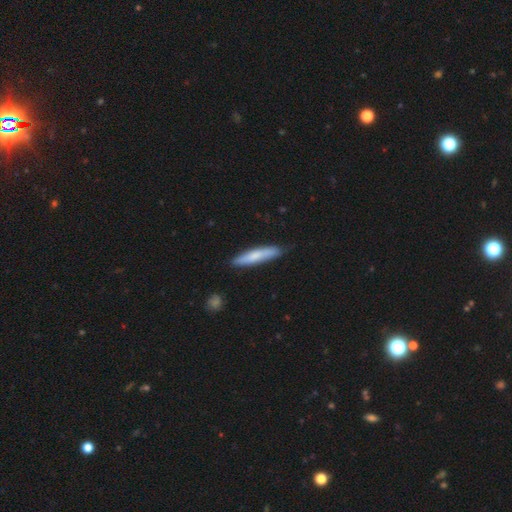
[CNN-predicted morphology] Smooth or featured?
  - smooth: 71% *
  - featured or disk: 24%
  - star or artifact: 5%
How rounded?
  - cigar-shaped: 88% *
  - in between: 10%
  - round: 1%
Merging?
  - none: 82% *
  - minor disturbance: 15%
  - major disturbance: 2%
  - merger: 1%